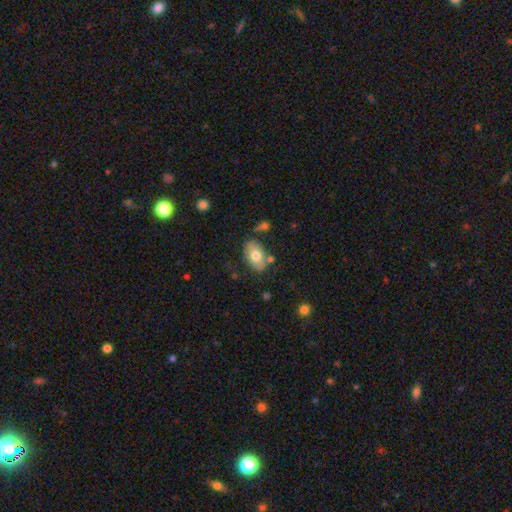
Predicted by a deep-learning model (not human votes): Smooth or featured? Predicted: smooth (p=0.70). How rounded? Predicted: in between (p=0.90). Merging? Predicted: none (p=0.74).